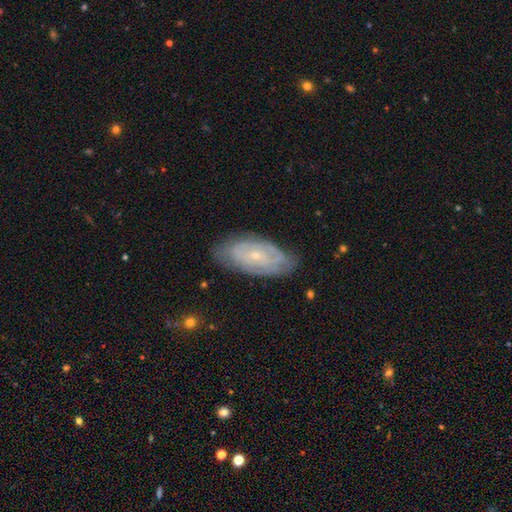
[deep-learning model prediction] Morphology: type=featured or disk (70%); edge-on=no (92%); bar=no (75%); spiral arms=yes (80%); winding=tight (72%); arm count=can't tell (56%); bulge=small (78%); merging=none (73%).